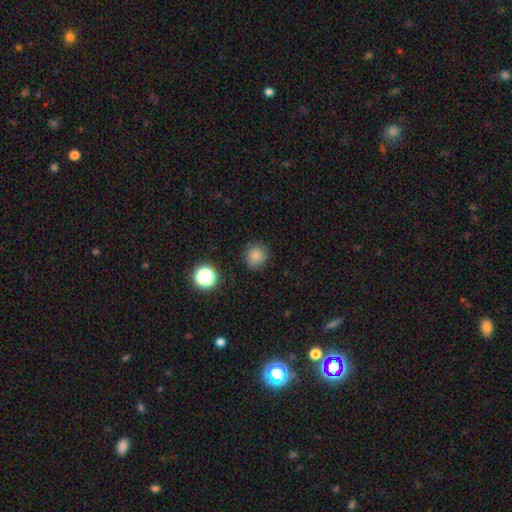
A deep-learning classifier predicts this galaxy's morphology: This appears to be a smooth galaxy with no disk features (81%) that is round (88%). Merging: none (83%).